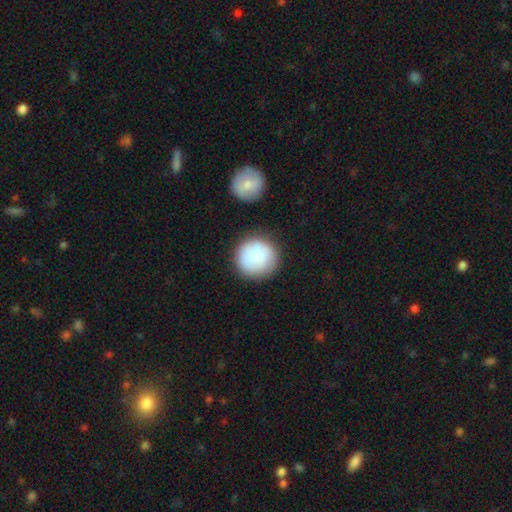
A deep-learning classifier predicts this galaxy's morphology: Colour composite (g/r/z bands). It shows a smooth galaxy with no disk features (80%) that is round (93%). Merging: none (73%).